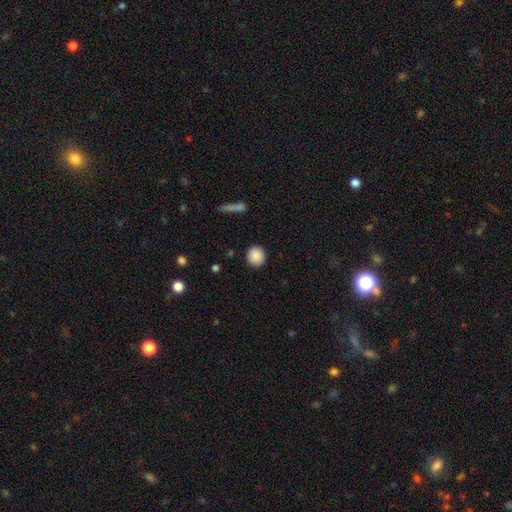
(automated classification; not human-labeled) Q: Smooth or featured?
A: smooth (89%); runner-up: star or artifact (8%)
Q: How rounded?
A: round (90%); runner-up: in between (9%)
Q: Merging?
A: none (91%); runner-up: minor disturbance (6%)